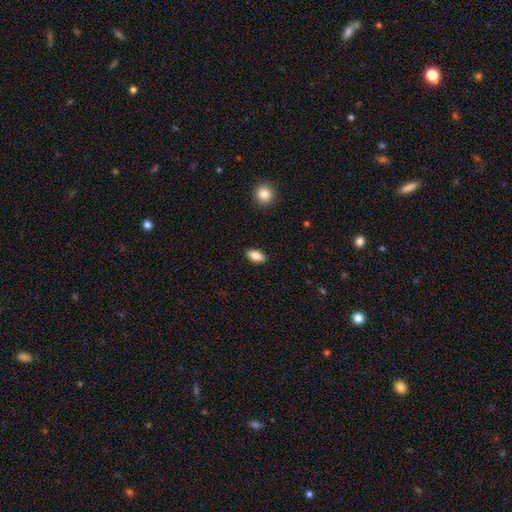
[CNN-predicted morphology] Smooth or featured? smooth (84%)
How rounded? in between (91%)
Merging? none (89%)